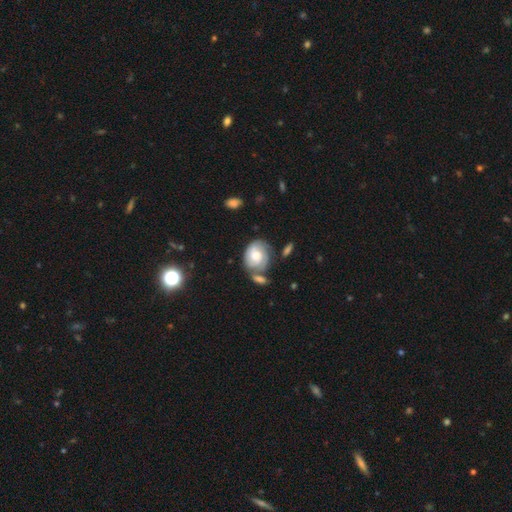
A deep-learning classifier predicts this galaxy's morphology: This appears to be a featured or disk galaxy (51%). Merging: none (47%).